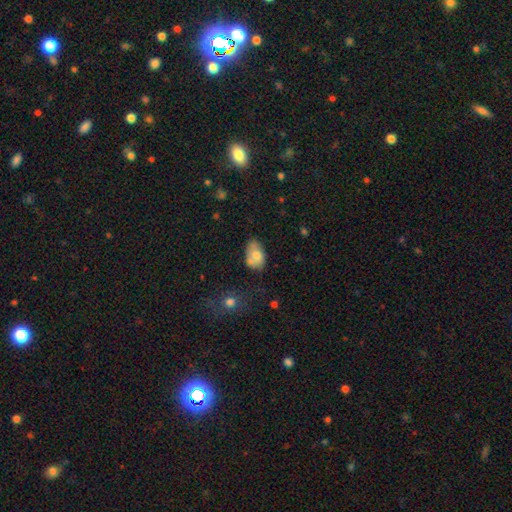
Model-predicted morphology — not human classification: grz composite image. It shows a smooth galaxy with no disk features (68%) that is in between round and cigar-shaped (87%). Merging: none (47%).